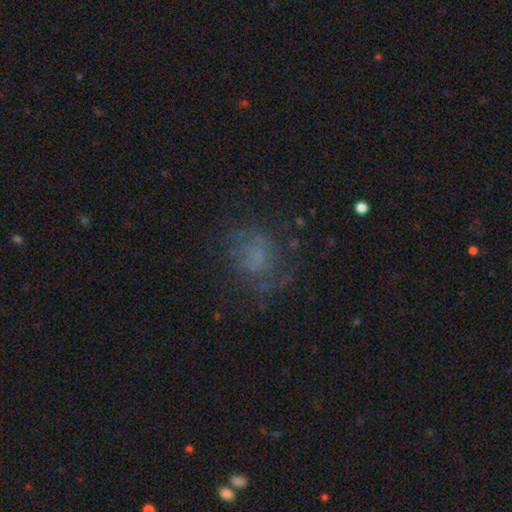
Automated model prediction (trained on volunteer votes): A featured or disk galaxy (43%).

Vote fractions:
- Smooth or featured? featured or disk: 43% / smooth: 36% / star or artifact: 21%
- Merging? none: 59% / major disturbance: 21% / minor disturbance: 19% / merger: 2%